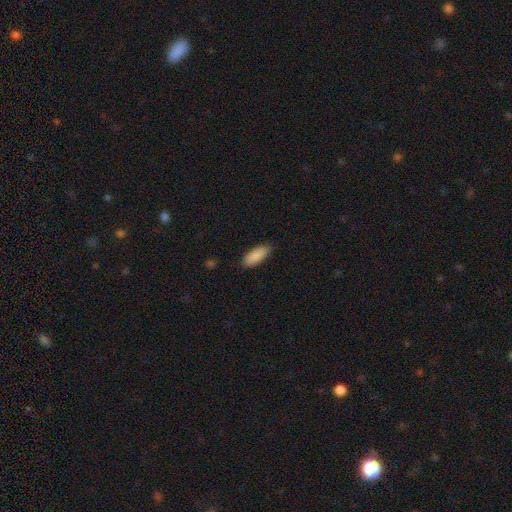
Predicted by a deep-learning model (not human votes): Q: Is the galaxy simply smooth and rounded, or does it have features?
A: smooth — 89%.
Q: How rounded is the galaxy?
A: in between — 73%.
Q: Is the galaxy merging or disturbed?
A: none — 85%.